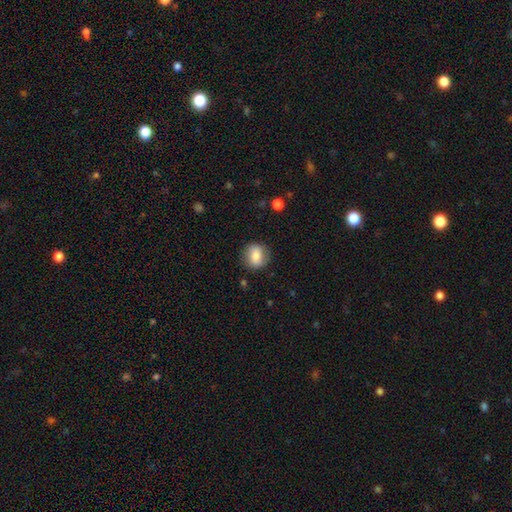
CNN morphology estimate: The model was most divided on "how rounded": round: 78%, in between: 21%, cigar-shaped: 1%. More confident: merging — none (82%); smooth or featured — smooth (75%).